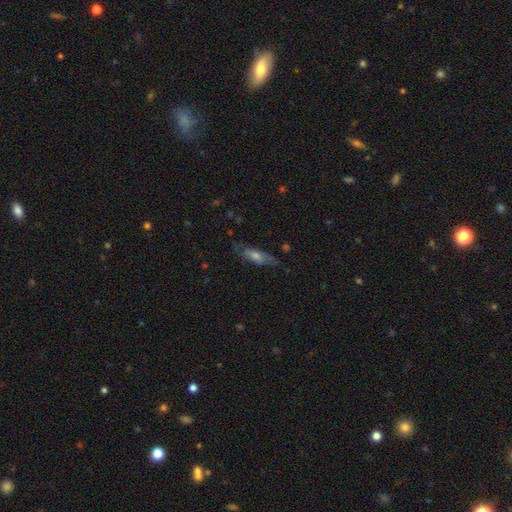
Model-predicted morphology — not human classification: Smooth or featured? featured or disk (45%, tied with smooth)
Merging? none (69%)